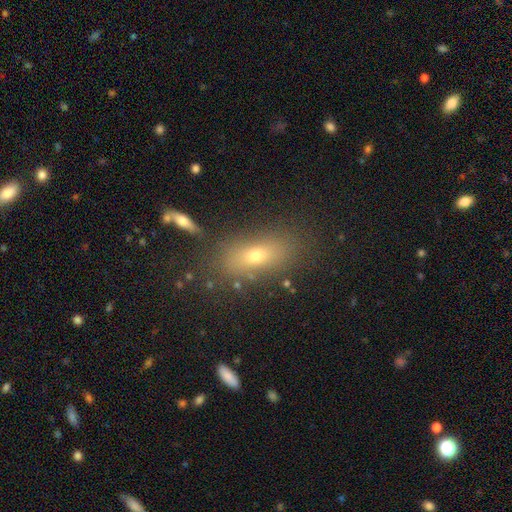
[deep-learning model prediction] Smooth or featured? Predicted: smooth (p=0.66). How rounded? Predicted: in between (p=0.74). Merging? Predicted: none (p=0.77).